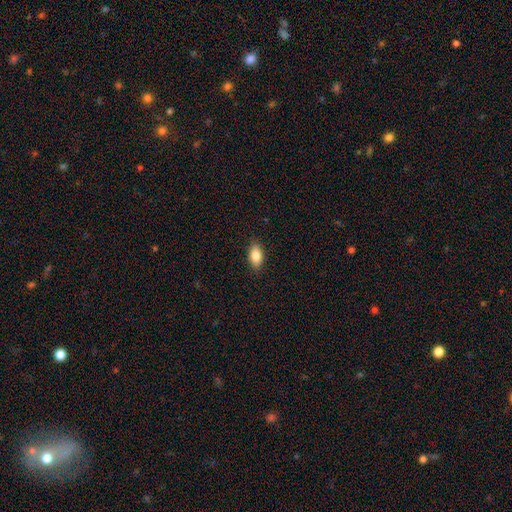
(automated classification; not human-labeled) Q: Smooth or featured?
A: smooth (85%); runner-up: featured or disk (8%)
Q: How rounded?
A: in between (90%); runner-up: round (5%)
Q: Merging?
A: none (88%); runner-up: minor disturbance (9%)